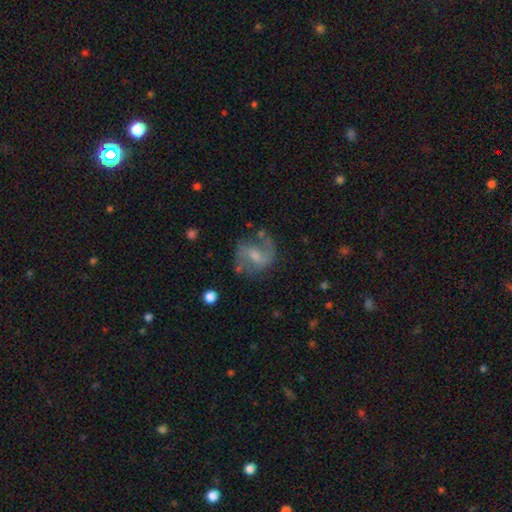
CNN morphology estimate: featured or disk 73%, smooth 19%, star or artifact 8%. Down the decision tree: edge-on disk — no (97%); bar — weak (55%); spiral arms — yes (89%); spiral arm count — 2 (83%); spiral winding — loose (45%); bulge size — moderate (42%); merging — none (63%).